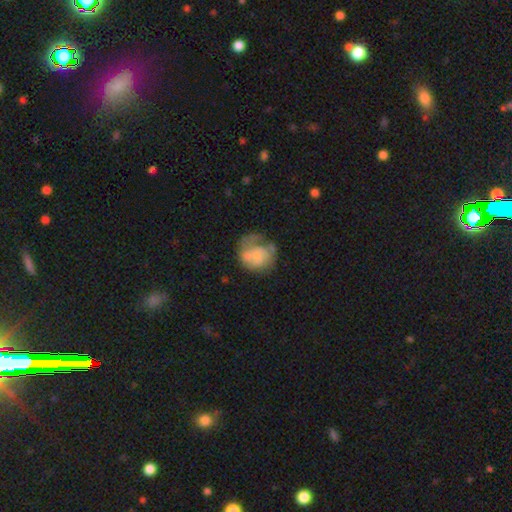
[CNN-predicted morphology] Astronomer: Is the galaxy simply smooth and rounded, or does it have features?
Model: featured or disk — 48% (runner-up: smooth, 44%).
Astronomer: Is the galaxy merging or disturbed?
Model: none — 34% (runner-up: major disturbance, 32%).